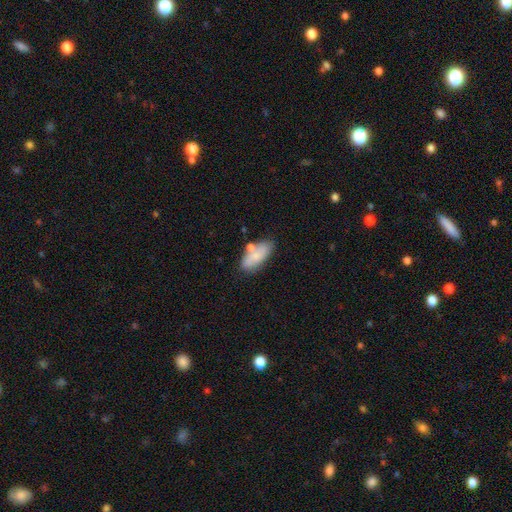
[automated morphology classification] This appears to be a smooth galaxy with no disk features (70%) that is in between round and cigar-shaped (84%). Merging: none (60%).